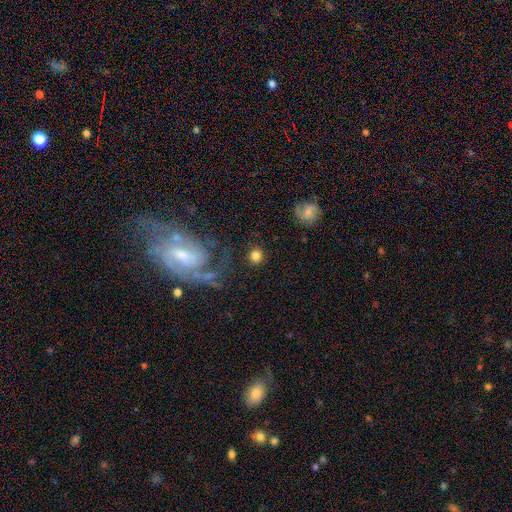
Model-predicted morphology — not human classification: smooth_or_featured: smooth (p=0.77) [alt: featured or disk p=0.12]
how_rounded: round (p=0.90) [alt: in between p=0.09]
merging: none (p=0.83) [alt: minor disturbance p=0.08]